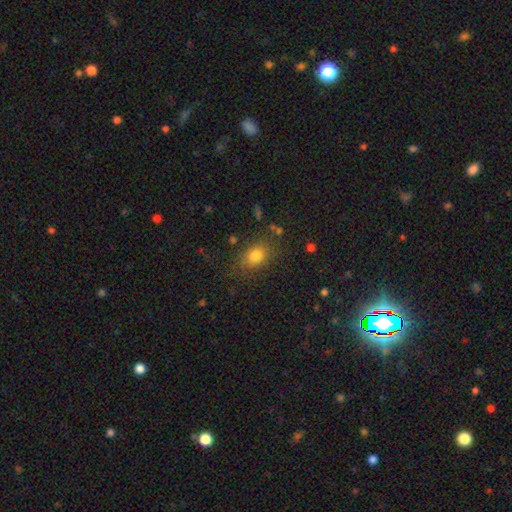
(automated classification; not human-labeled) This appears to be a smooth galaxy with no disk features (78%) that is in between round and cigar-shaped (66%). Merging: none (77%).